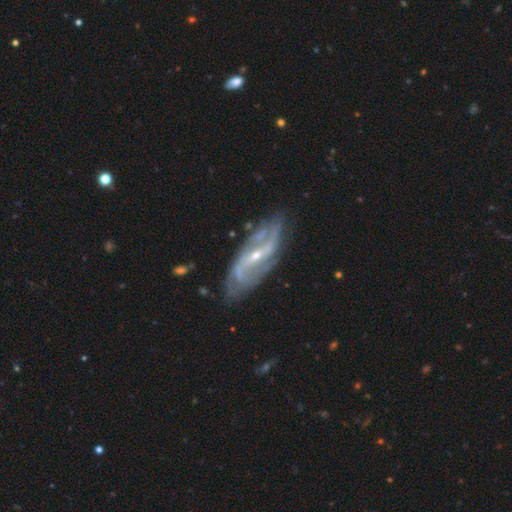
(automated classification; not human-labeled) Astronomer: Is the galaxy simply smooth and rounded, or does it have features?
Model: featured or disk — 88%.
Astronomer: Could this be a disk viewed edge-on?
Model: no — 91%.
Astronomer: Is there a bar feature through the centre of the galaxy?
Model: strong — 49% (runner-up: weak, 34%).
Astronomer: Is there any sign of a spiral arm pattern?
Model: yes — 94%.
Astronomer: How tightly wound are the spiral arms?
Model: medium — 41% (runner-up: loose, 36%).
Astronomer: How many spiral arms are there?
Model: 2 — 74%.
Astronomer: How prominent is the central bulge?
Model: small — 70%.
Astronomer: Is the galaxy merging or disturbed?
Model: none — 73%.